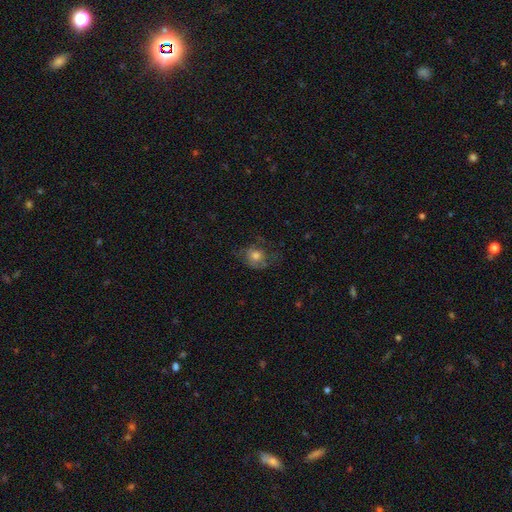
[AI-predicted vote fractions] Smooth or featured? Predicted: smooth (p=0.64). How rounded? Predicted: round (p=0.67). Merging? Predicted: none (p=0.51).